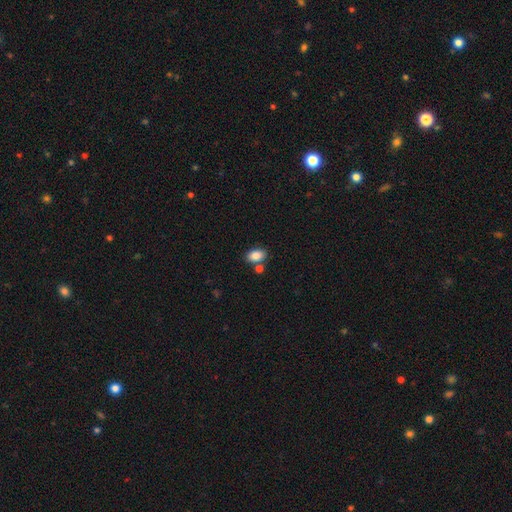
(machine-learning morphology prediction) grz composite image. It shows a smooth galaxy with no disk features (86%) that is in between round and cigar-shaped (86%). Merging: none (69%).